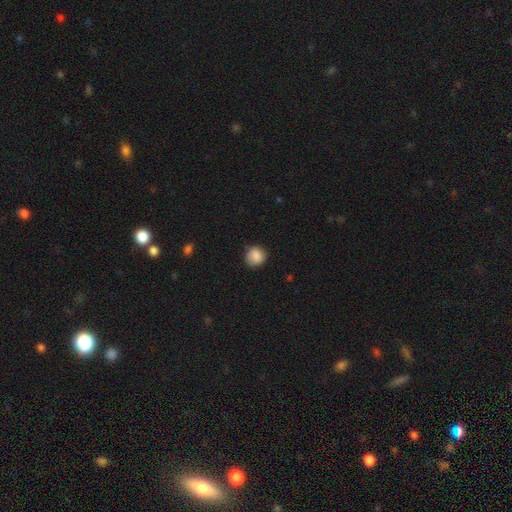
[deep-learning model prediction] Q: Smooth or featured?
A: smooth (87%); runner-up: star or artifact (8%)
Q: How rounded?
A: round (88%); runner-up: in between (11%)
Q: Merging?
A: none (83%); runner-up: minor disturbance (13%)